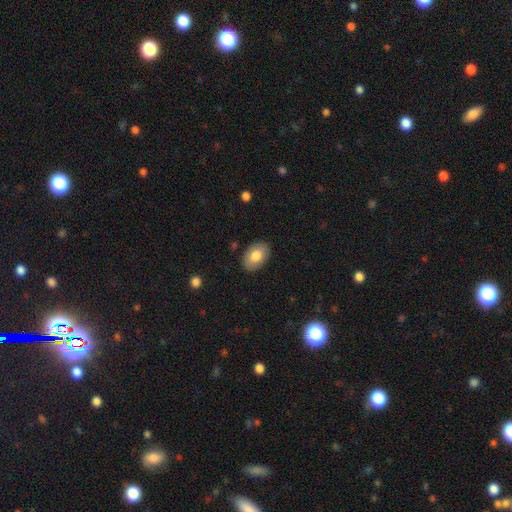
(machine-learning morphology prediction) Smooth or featured? smooth (79%)
How rounded? in between (89%)
Merging? none (87%)